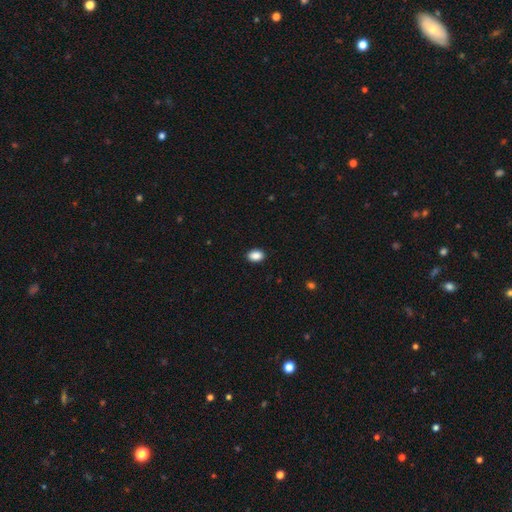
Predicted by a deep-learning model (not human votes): Smooth or featured?
  - smooth: 89% *
  - star or artifact: 8%
  - featured or disk: 3%
How rounded?
  - in between: 81% *
  - round: 18%
  - cigar-shaped: 1%
Merging?
  - none: 90% *
  - minor disturbance: 7%
  - major disturbance: 2%
  - merger: 1%